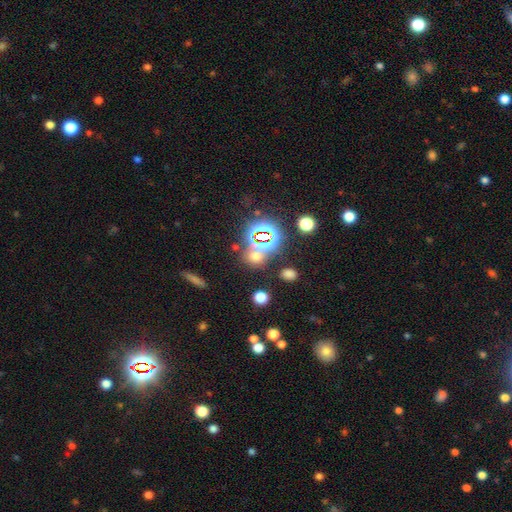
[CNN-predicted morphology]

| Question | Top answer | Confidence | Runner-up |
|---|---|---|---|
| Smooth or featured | star or artifact | 46% | smooth (45%) |